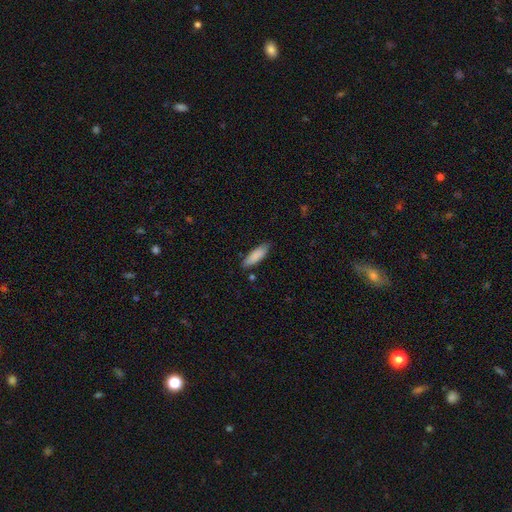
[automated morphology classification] Smooth or featured: smooth — 87% (featured or disk — 7%)
How rounded: cigar-shaped — 53% (in between — 46%)
Merging: none — 83% (minor disturbance — 13%)